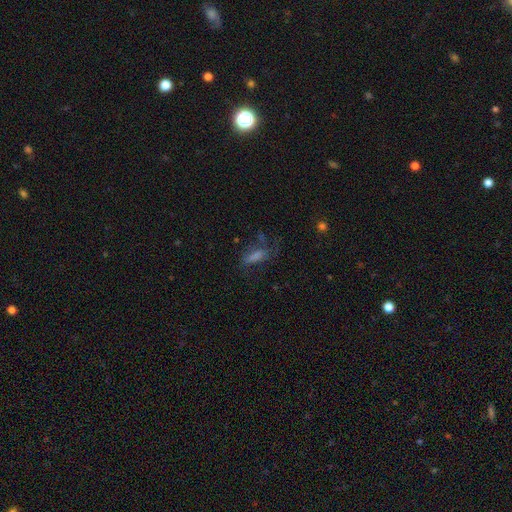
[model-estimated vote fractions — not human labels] A smooth galaxy with no disk features (47%). Merging: none (54%).